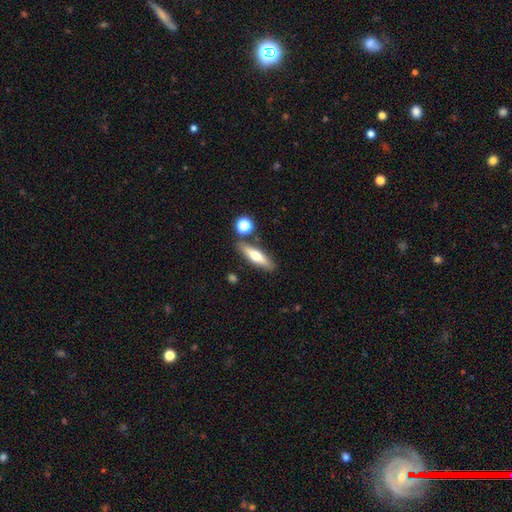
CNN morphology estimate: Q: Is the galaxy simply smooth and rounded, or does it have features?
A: smooth — 55%.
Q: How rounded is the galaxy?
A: cigar-shaped — 67%.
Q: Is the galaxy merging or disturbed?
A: none — 80%.